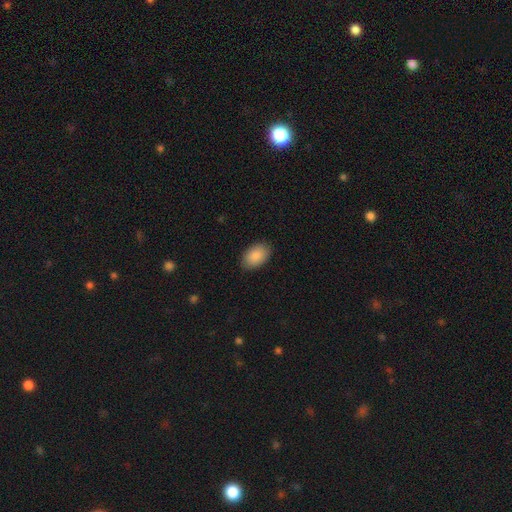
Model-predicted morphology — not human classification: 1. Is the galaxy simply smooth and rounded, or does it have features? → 89% smooth, 6% star or artifact, 4% featured or disk.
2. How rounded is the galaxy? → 92% in between, 7% round, 1% cigar-shaped.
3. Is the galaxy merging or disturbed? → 88% none, 9% minor disturbance, 2% major disturbance, 1% merger.